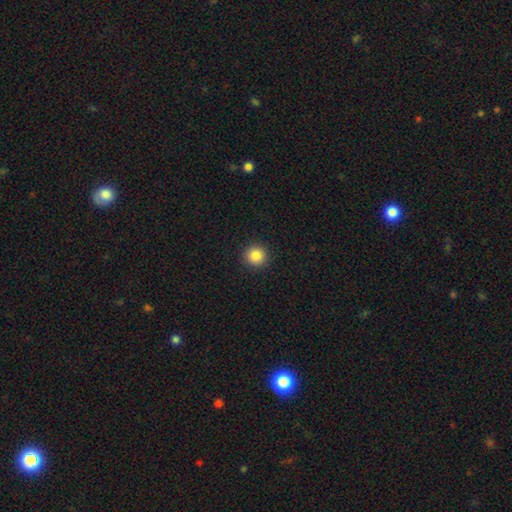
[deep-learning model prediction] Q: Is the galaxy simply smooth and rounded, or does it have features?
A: smooth — 85%.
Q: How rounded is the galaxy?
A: round — 94%.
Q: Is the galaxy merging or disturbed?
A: none — 92%.